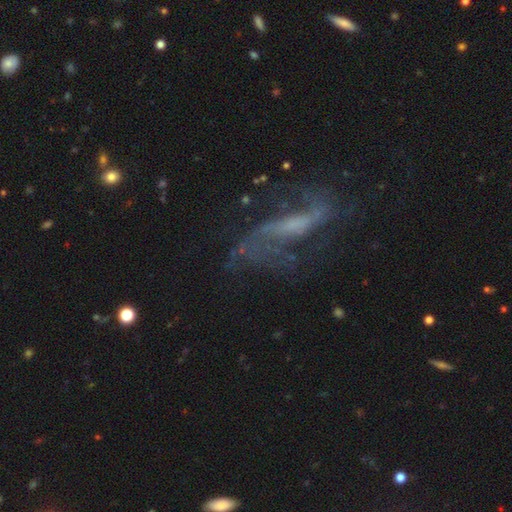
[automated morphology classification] type=featured or disk (72%); edge-on=no (78%); bar=weak (38%); spiral arms=yes (79%); bulge=none (37%); merging=none (55%).